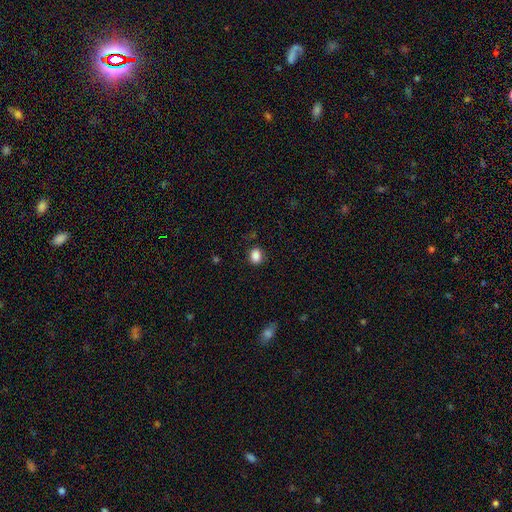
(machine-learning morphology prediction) The model was most divided on "how rounded": round: 52%, in between: 47%, cigar-shaped: 1%. More confident: smooth or featured — smooth (87%); merging — none (85%).